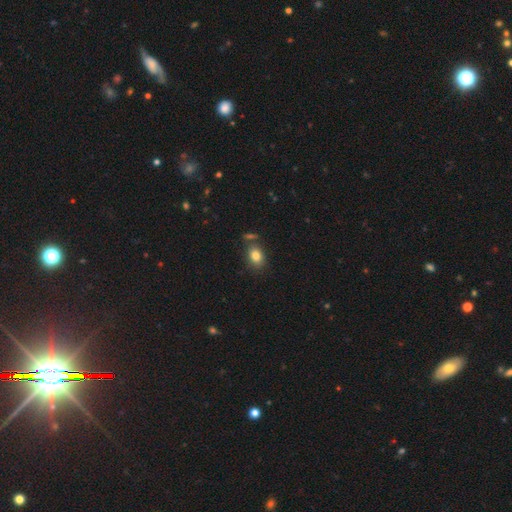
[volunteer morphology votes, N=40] Smooth or featured? 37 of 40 (92%) said smooth. How rounded? 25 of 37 (68%) said in between. Merging? 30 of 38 (79%) said none.